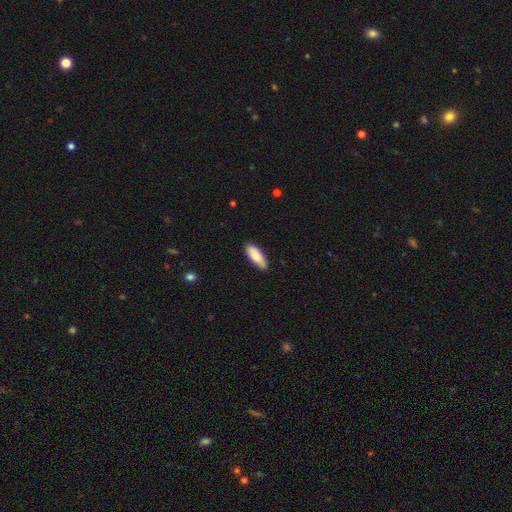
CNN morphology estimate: A smooth galaxy with no disk features (83%) that is in between round and cigar-shaped (69%).

Vote fractions:
- Smooth or featured? smooth: 83% / featured or disk: 11% / star or artifact: 6%
- How rounded? in between: 69% / cigar-shaped: 29% / round: 2%
- Merging? none: 85% / minor disturbance: 12% / major disturbance: 2% / merger: 1%